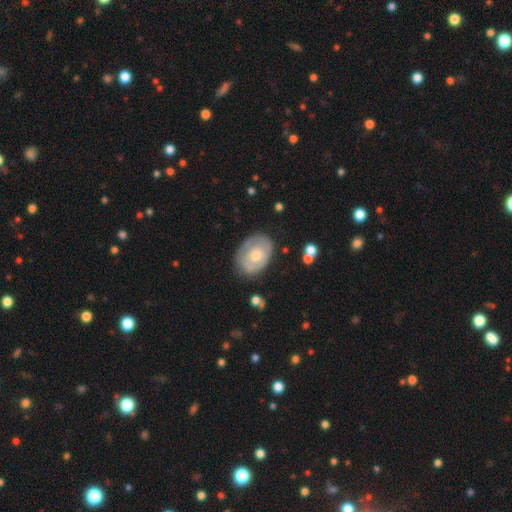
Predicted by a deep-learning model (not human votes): Q: Smooth or featured?
A: featured or disk (55%); runner-up: smooth (39%)
Q: Edge-on disk?
A: no (95%); runner-up: yes (5%)
Q: Bar?
A: no (85%); runner-up: weak (13%)
Q: Spiral arms?
A: no (54%); runner-up: yes (46%)
Q: Bulge size?
A: moderate (55%); runner-up: small (37%)
Q: Merging?
A: none (69%); runner-up: minor disturbance (21%)